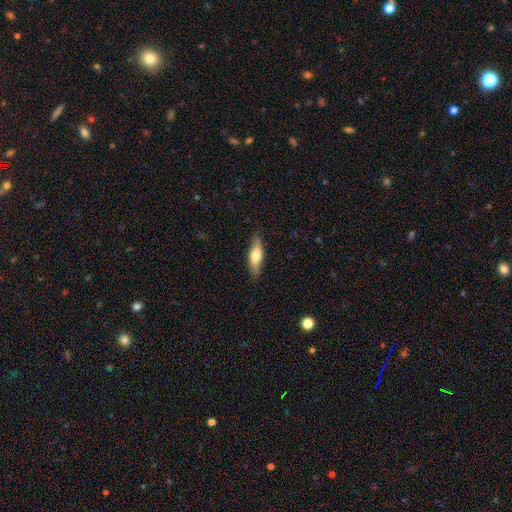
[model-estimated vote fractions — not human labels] Morphology: type=smooth (65%); roundness=cigar-shaped (49%); merging=none (85%).